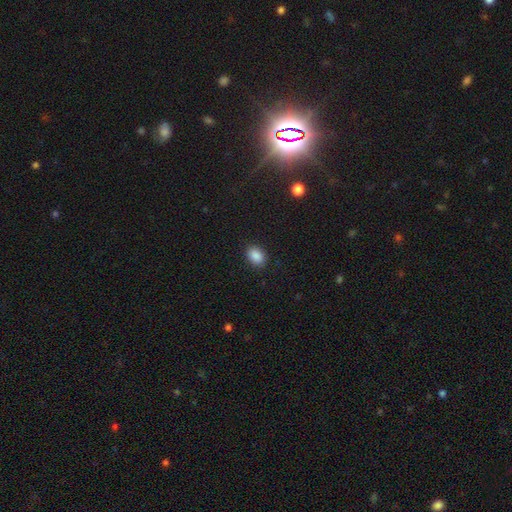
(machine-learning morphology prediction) This appears to be a smooth galaxy with no disk features (88%) that is in between round and cigar-shaped (69%). Merging: none (88%).